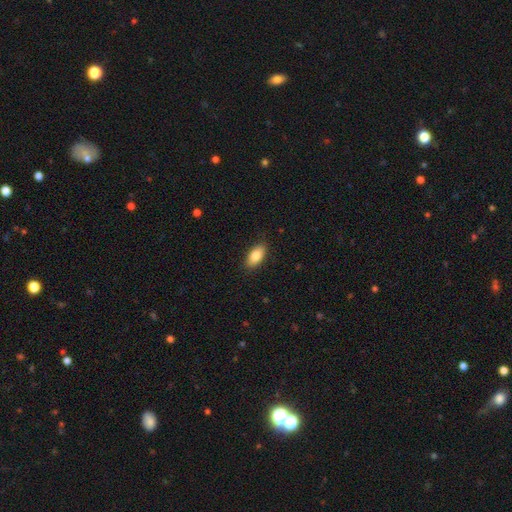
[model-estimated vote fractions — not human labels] Smooth or featured?
  - smooth: 84% *
  - featured or disk: 10%
  - star or artifact: 7%
How rounded?
  - in between: 90% *
  - cigar-shaped: 7%
  - round: 3%
Merging?
  - none: 87% *
  - minor disturbance: 10%
  - major disturbance: 2%
  - merger: 1%